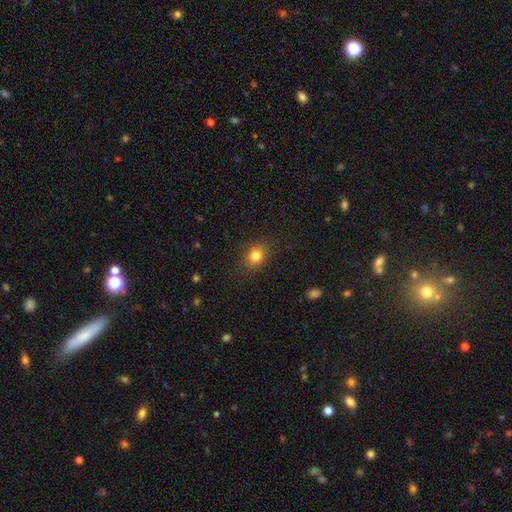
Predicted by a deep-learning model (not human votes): smooth-or-featured: smooth: 82% | star or artifact: 11% | featured or disk: 7%
  how-rounded: round: 52% | in between: 47% | cigar-shaped: 1%
  merging: none: 86% | minor disturbance: 9% | major disturbance: 3% | merger: 1%